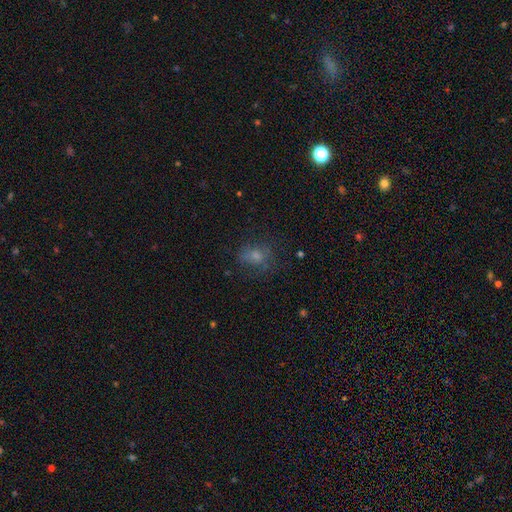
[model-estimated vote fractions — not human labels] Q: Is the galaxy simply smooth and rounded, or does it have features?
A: smooth — 62%.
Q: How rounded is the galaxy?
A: in between — 54%.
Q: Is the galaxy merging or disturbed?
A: none — 58%.